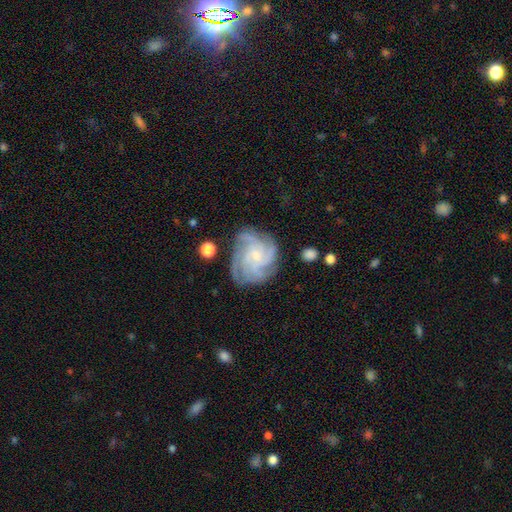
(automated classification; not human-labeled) Smooth or featured? Predicted: featured or disk (p=0.83). Edge-on disk? Predicted: no (p=0.98). Bar? Predicted: no (p=0.69). Spiral arms? Predicted: yes (p=0.98). Spiral winding? Predicted: tight (p=0.61). Spiral arm count? Predicted: 4 (p=0.41). Bulge size? Predicted: small (p=0.68). Merging? Predicted: none (p=0.77).